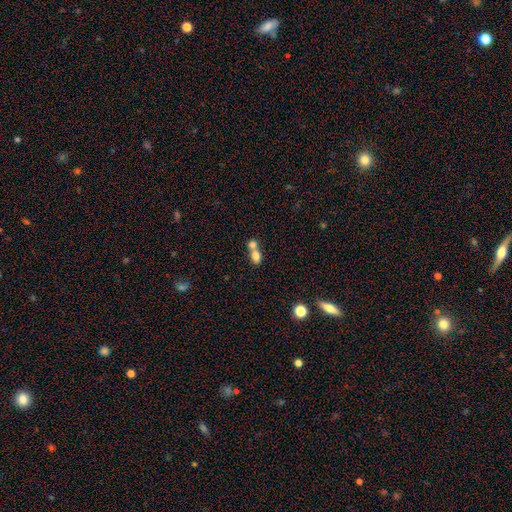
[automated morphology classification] This is likely a smooth galaxy (77%). How rounded: possibly in between (59%). Merging: likely merger (68%).